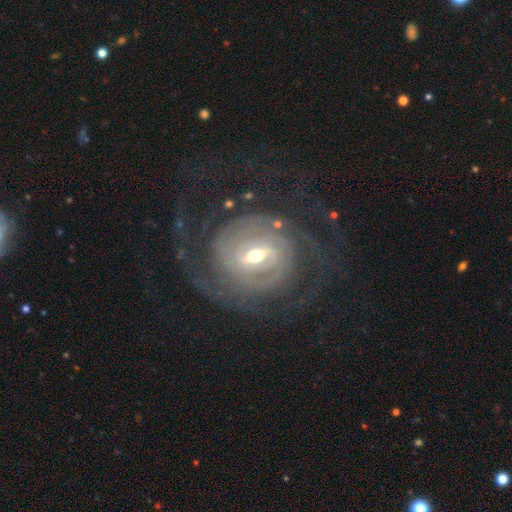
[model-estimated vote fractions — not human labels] Q: Smooth or featured?
A: featured or disk (90%); runner-up: star or artifact (5%)
Q: Edge-on disk?
A: no (96%); runner-up: yes (4%)
Q: Bar?
A: strong (48%); runner-up: weak (41%)
Q: Spiral arms?
A: yes (96%); runner-up: no (4%)
Q: Spiral winding?
A: tight (69%); runner-up: medium (23%)
Q: Spiral arm count?
A: can't tell (29%); runner-up: 2 (27%)
Q: Bulge size?
A: moderate (59%); runner-up: small (34%)
Q: Merging?
A: none (68%); runner-up: major disturbance (16%)